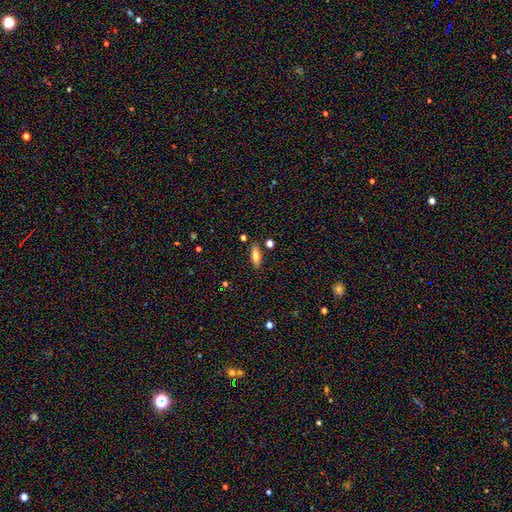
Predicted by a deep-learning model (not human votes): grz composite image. It shows a smooth galaxy with no disk features (73%) that is in between round and cigar-shaped (71%). Merging: none (84%).